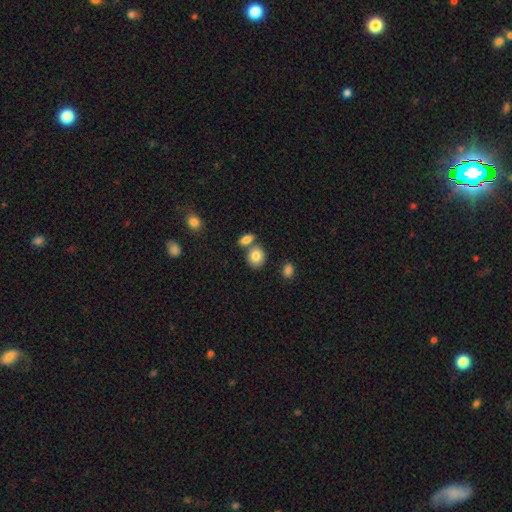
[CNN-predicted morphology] smooth_or_featured: smooth (p=0.83) [alt: featured or disk p=0.09]
how_rounded: round (p=0.57) [alt: in between p=0.41]
merging: none (p=0.60) [alt: merger p=0.26]